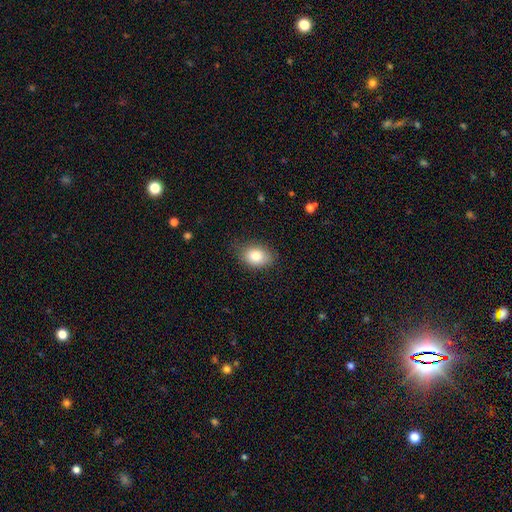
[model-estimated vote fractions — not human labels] The model was most divided on "how rounded": in between: 77%, round: 21%, cigar-shaped: 1%. More confident: smooth or featured — smooth (83%); merging — none (80%).